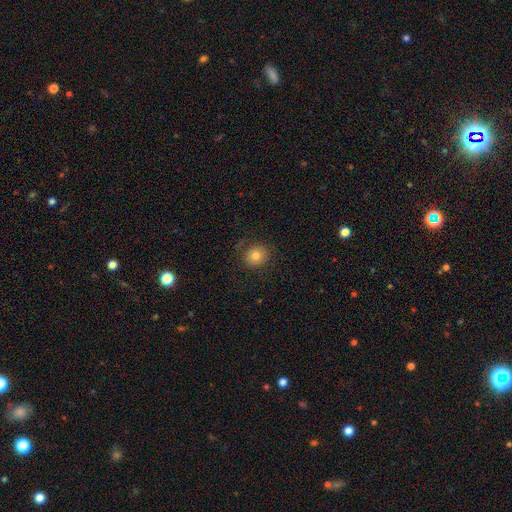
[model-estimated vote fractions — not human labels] smooth 78%, star or artifact 12%, featured or disk 10%. Down the decision tree: how rounded — round (86%); merging — none (82%).